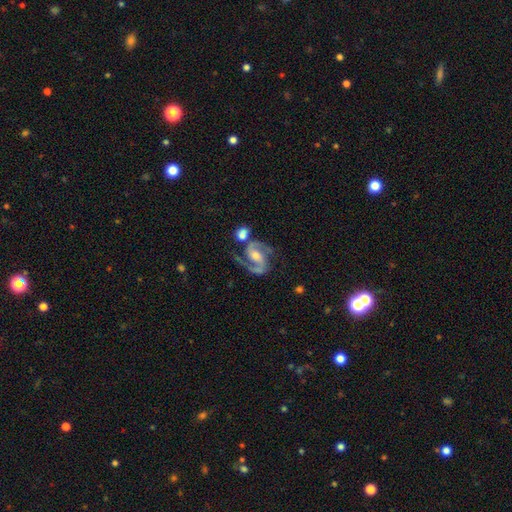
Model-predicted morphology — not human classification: A featured or disk galaxy (92%) with a weak bar (43%), 2 (93%) medium (64%) spiral arms (98%) and a moderate central bulge (60%). Merging: none (63%).